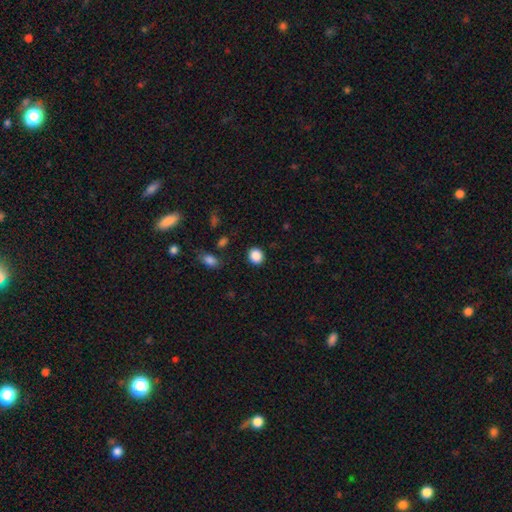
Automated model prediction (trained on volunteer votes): Morphology: type=smooth (88%); roundness=round (80%); merging=none (89%).